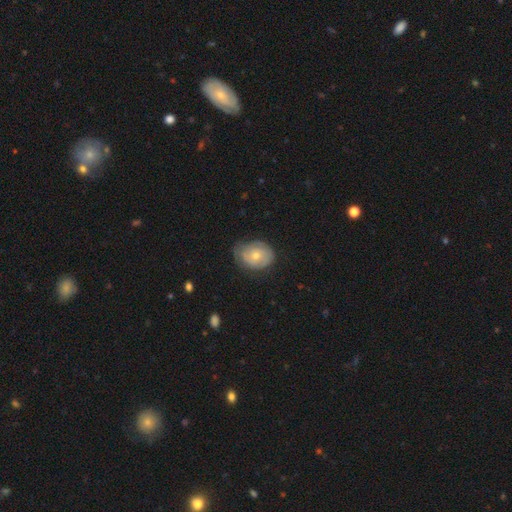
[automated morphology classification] Overall: smooth (49%; featured or disk 45%). Merging: none (59%; minor disturbance 31%).